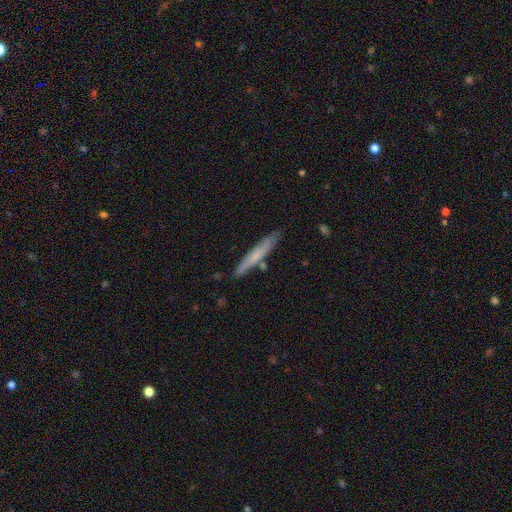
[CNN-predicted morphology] This is possibly a smooth galaxy (60%). How rounded: clearly cigar-shaped (94%). Merging: clearly none (81%).